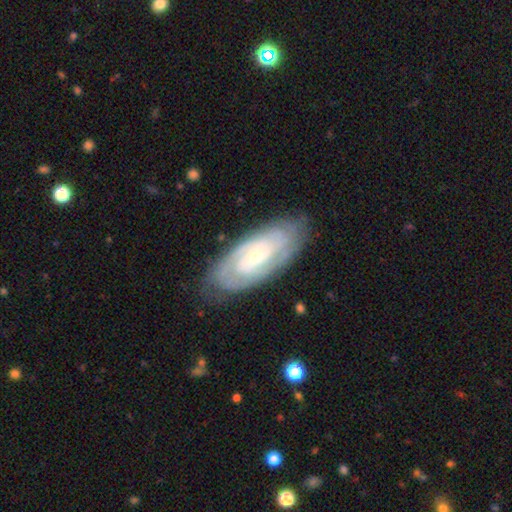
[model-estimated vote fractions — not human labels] Smooth or featured?
  - featured or disk: 80% *
  - smooth: 14%
  - star or artifact: 5%
Edge-on disk?
  - no: 93% *
  - yes: 7%
Bar?
  - no: 56% *
  - weak: 32%
  - strong: 12%
Spiral arms?
  - yes: 94% *
  - no: 6%
Spiral winding?
  - tight: 71% *
  - medium: 24%
  - loose: 5%
Spiral arm count?
  - can't tell: 37% *
  - 2: 34%
  - 3: 14%
  - 4: 7%
  - 1: 4%
  - more than 4: 4%
Bulge size?
  - small: 76% *
  - moderate: 19%
  - none: 2%
  - large: 2%
  - dominant: 1%
Merging?
  - none: 79% *
  - minor disturbance: 16%
  - major disturbance: 4%
  - merger: 1%